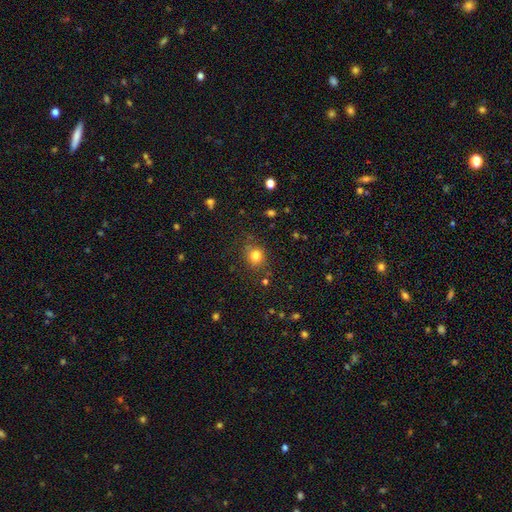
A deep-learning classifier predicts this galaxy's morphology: Smooth or featured? smooth (79%)
How rounded? round (68%)
Merging? none (76%)